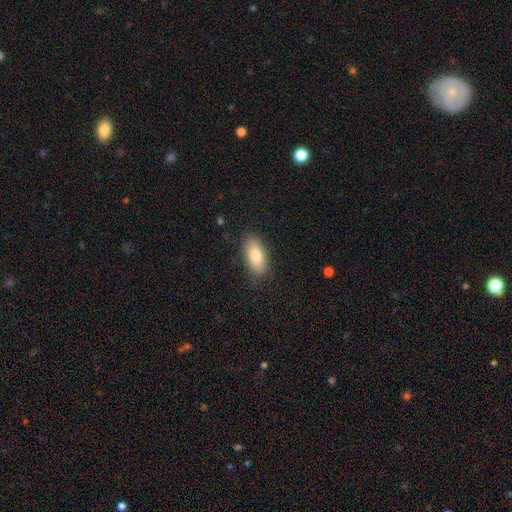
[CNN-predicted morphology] smooth 82%, featured or disk 11%, star or artifact 6%. Down the decision tree: how rounded — in between (87%); merging — none (86%).